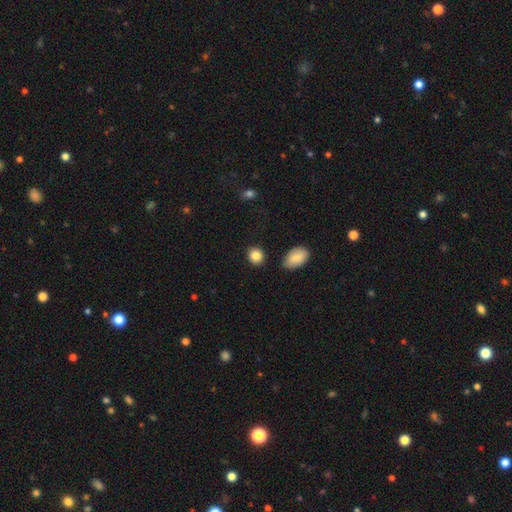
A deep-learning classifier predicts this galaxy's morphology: This appears to be a smooth galaxy with no disk features (86%) that is round (75%). Merging: none (85%).